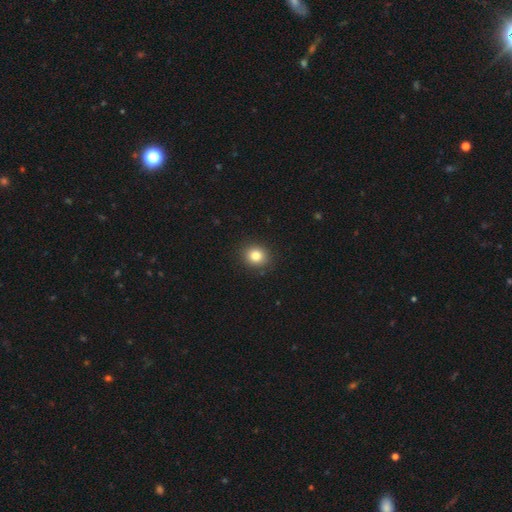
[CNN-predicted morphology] Smooth or featured? Predicted: smooth (p=0.83). How rounded? Predicted: round (p=0.75). Merging? Predicted: none (p=0.89).